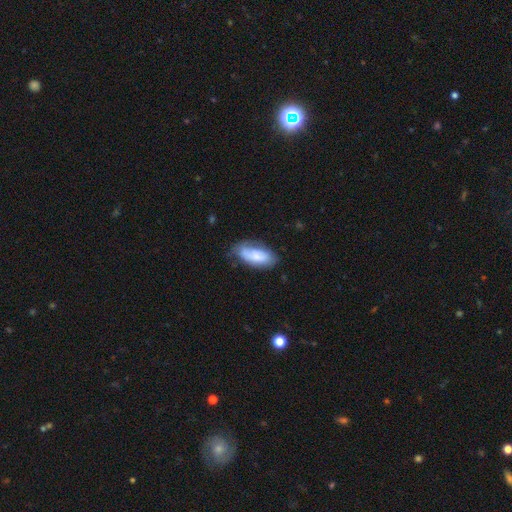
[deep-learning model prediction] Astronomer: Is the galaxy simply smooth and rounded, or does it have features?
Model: smooth — 70%.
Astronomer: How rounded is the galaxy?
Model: in between — 88%.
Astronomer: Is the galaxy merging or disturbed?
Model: none — 53% (runner-up: minor disturbance, 32%).